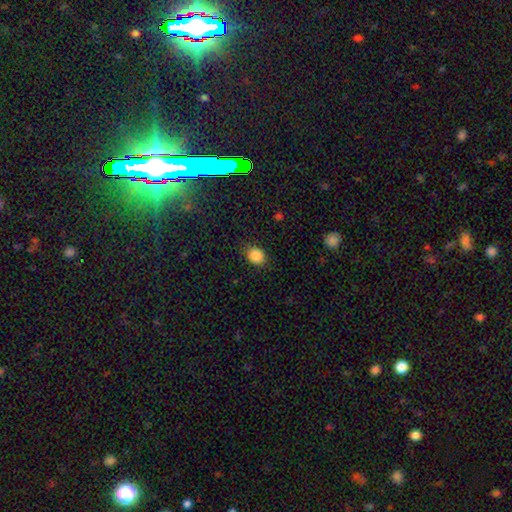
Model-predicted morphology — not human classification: The model was most divided on "how rounded": round: 57%, in between: 42%, cigar-shaped: 1%. More confident: smooth or featured — smooth (86%); merging — none (84%).